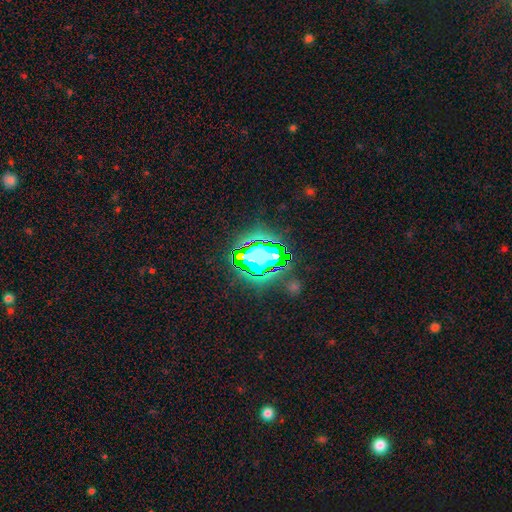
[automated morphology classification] A star or artifact, not a galaxy (66%).

Vote fractions:
- Smooth or featured? star or artifact: 66% / smooth: 20% / featured or disk: 14%